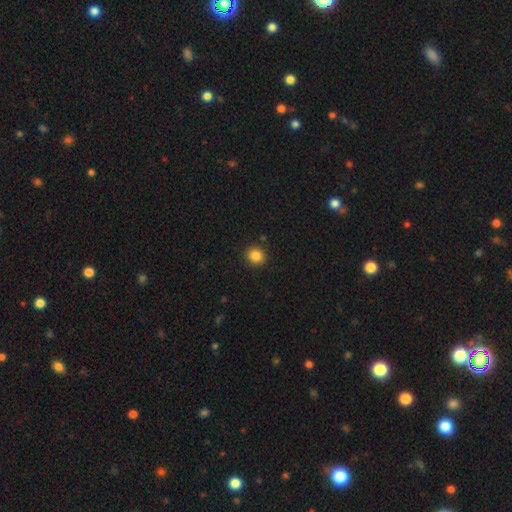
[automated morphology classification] Smooth or featured? smooth (85%)
How rounded? round (83%)
Merging? none (90%)